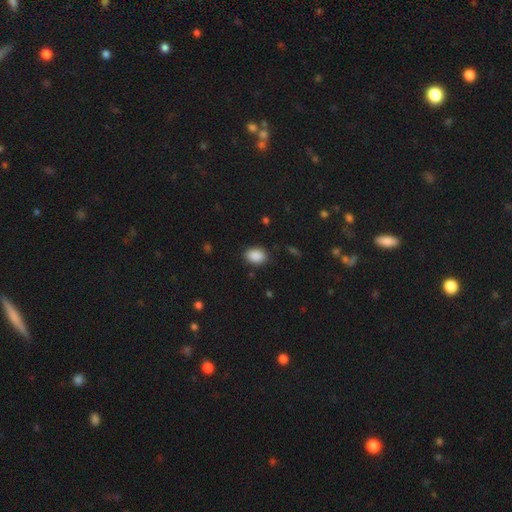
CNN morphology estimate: Overall: smooth (89%). How rounded: in between (75%). Merging: none (86%).